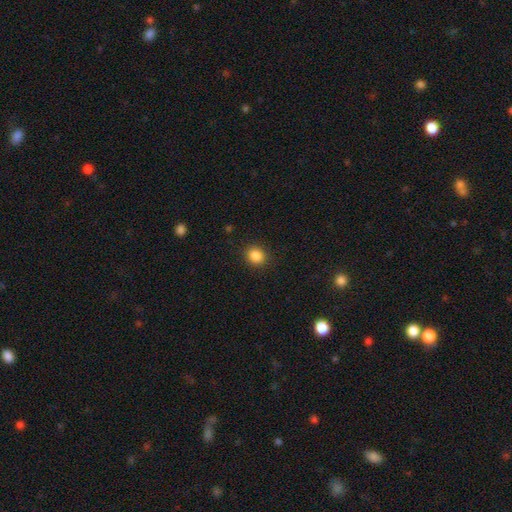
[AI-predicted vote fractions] Q: Smooth or featured?
A: smooth (86%); runner-up: star or artifact (10%)
Q: How rounded?
A: round (75%); runner-up: in between (24%)
Q: Merging?
A: none (90%); runner-up: minor disturbance (7%)